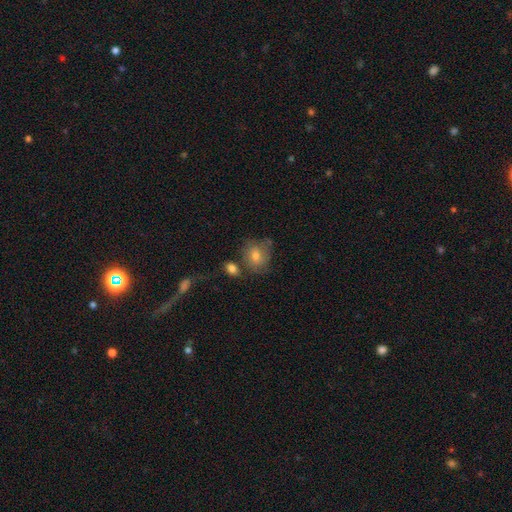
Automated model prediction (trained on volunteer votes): smooth_or_featured: smooth (p=0.66) [alt: featured or disk p=0.24]
how_rounded: round (p=0.70) [alt: in between p=0.29]
merging: none (p=0.57) [alt: minor disturbance p=0.20]